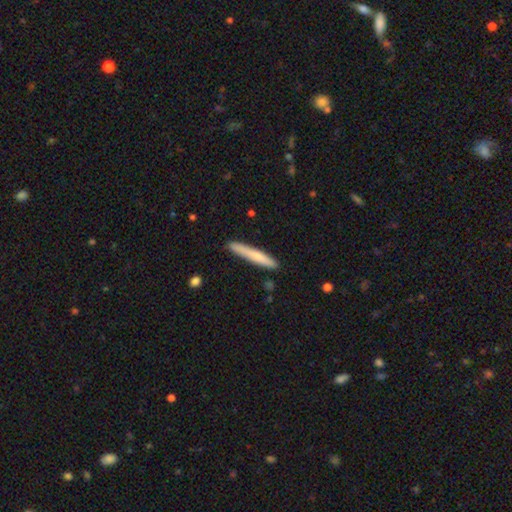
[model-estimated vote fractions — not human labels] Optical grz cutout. It shows a smooth galaxy with no disk features (69%) that is cigar-shaped (95%). Merging: none (87%).